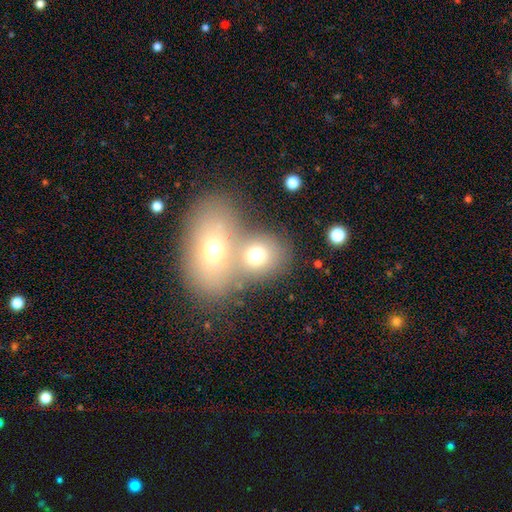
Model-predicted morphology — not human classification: Smooth or featured: smooth — 67% (featured or disk — 19%)
How rounded: round — 54% (in between — 45%)
Merging: merger — 63% (none — 26%)